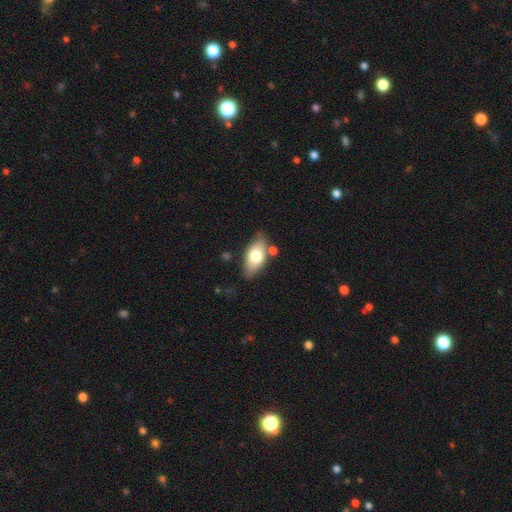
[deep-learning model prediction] Q: Smooth or featured?
A: smooth (69%); runner-up: featured or disk (25%)
Q: How rounded?
A: in between (89%); runner-up: cigar-shaped (7%)
Q: Merging?
A: none (74%); runner-up: minor disturbance (16%)